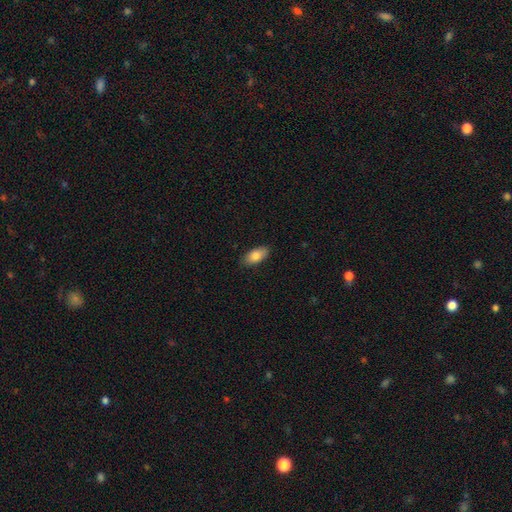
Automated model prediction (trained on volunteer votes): Smooth or featured?
  - smooth: 82% *
  - featured or disk: 12%
  - star or artifact: 7%
How rounded?
  - in between: 91% *
  - cigar-shaped: 7%
  - round: 3%
Merging?
  - none: 87% *
  - minor disturbance: 10%
  - major disturbance: 2%
  - merger: 1%